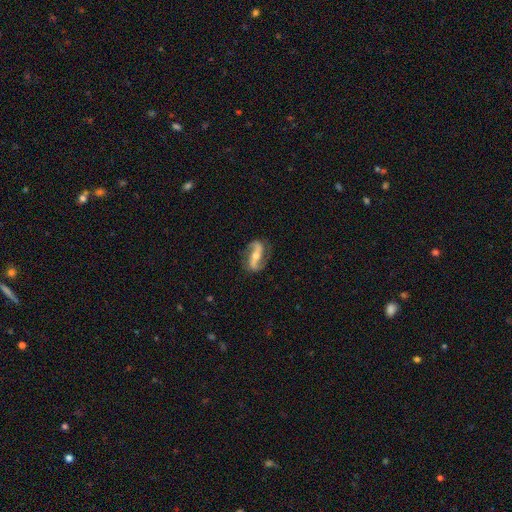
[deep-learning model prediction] Smooth or featured: featured or disk — 86% (smooth — 9%)
Edge-on disk: no — 93% (yes — 7%)
Bar: strong — 53% (weak — 24%)
Spiral arms: yes — 95% (no — 5%)
Spiral winding: loose — 53% (medium — 34%)
Spiral arm count: 2 — 93% (can't tell — 2%)
Bulge size: moderate — 55% (small — 39%)
Merging: none — 81% (minor disturbance — 13%)